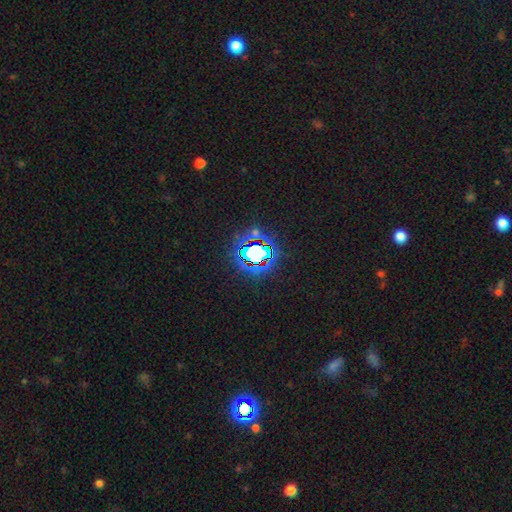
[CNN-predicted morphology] This appears to be a star or artifact, not a galaxy (72%).